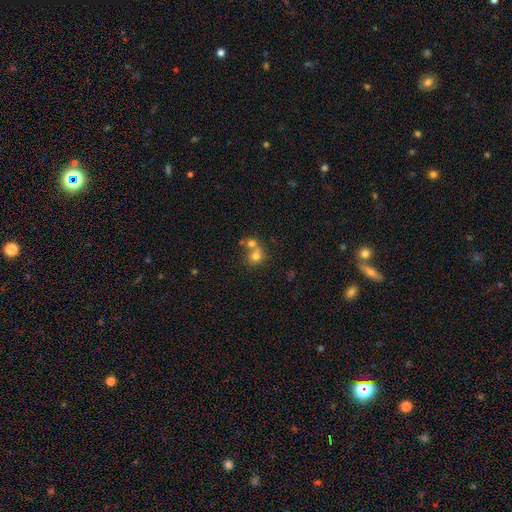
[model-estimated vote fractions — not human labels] smooth-or-featured: smooth: 71% | featured or disk: 17% | star or artifact: 13%
  how-rounded: round: 72% | in between: 27% | cigar-shaped: 1%
  merging: merger: 56% | none: 33% | minor disturbance: 8% | major disturbance: 4%